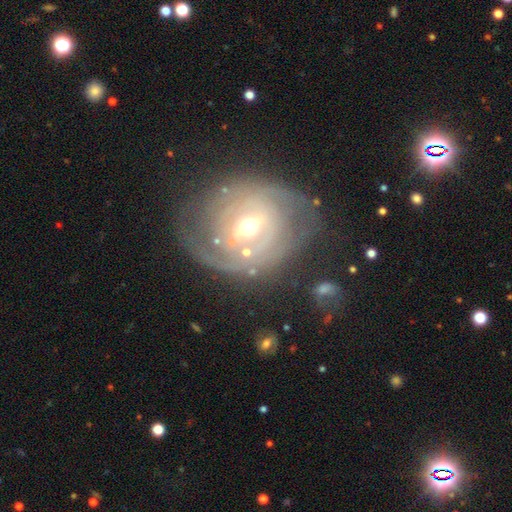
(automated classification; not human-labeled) This appears to be a featured or disk galaxy (74%) with a weak bar (43%), spiral arms (68%) and a moderate central bulge (67%). Merging: none (57%).